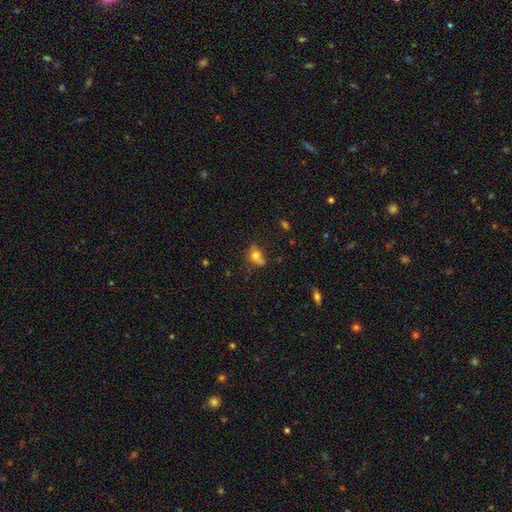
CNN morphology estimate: Smooth or featured? Predicted: smooth (p=0.70). How rounded? Predicted: in between (p=0.62). Merging? Predicted: none (p=0.45).